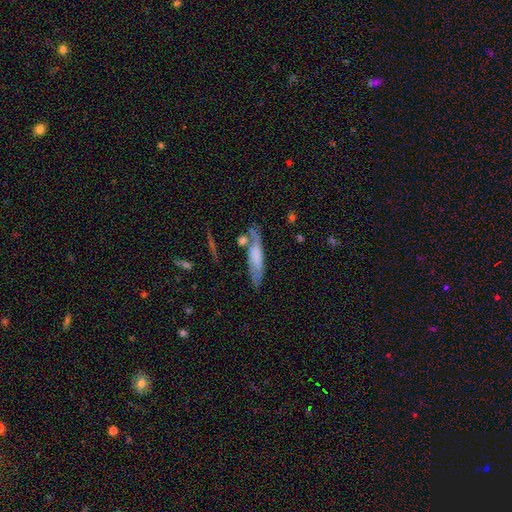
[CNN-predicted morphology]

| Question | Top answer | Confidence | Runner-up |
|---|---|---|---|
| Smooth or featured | smooth | 48% | featured or disk (44%) |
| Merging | none | 56% | minor disturbance (22%) |